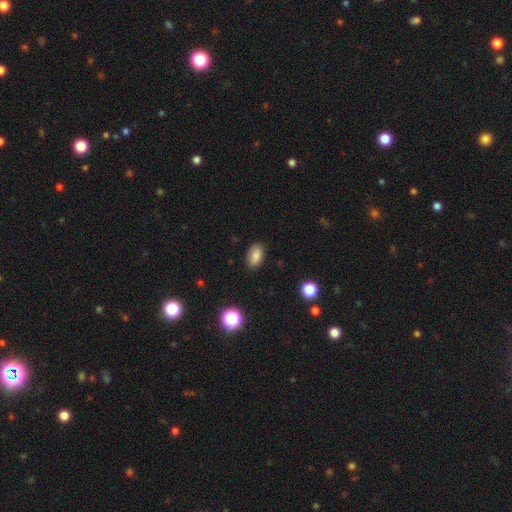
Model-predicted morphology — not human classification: smooth_or_featured: smooth (p=0.84) [alt: star or artifact p=0.09]
how_rounded: in between (p=0.91) [alt: round p=0.07]
merging: none (p=0.87) [alt: minor disturbance p=0.10]